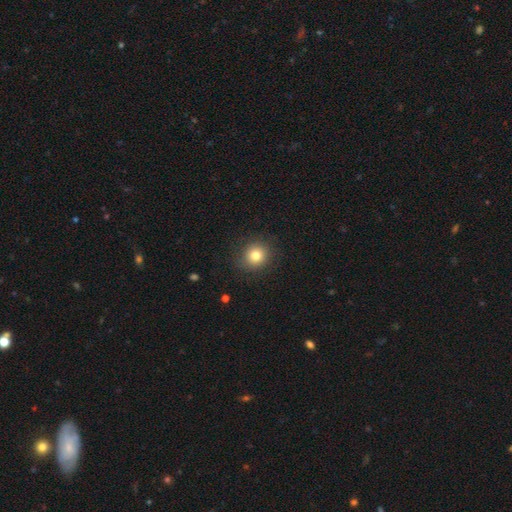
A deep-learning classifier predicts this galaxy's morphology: Overall: smooth (80%). How rounded: round (88%). Merging: none (88%).